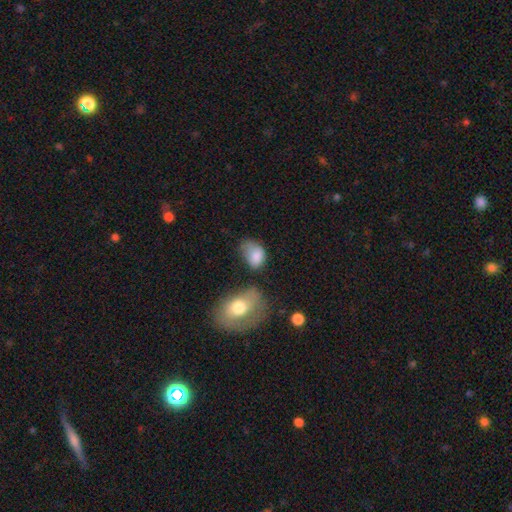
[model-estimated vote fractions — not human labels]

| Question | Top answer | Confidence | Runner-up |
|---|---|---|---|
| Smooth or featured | smooth | 80% | featured or disk (12%) |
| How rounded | in between | 84% | round (14%) |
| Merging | minor disturbance | 35% | none (31%) |